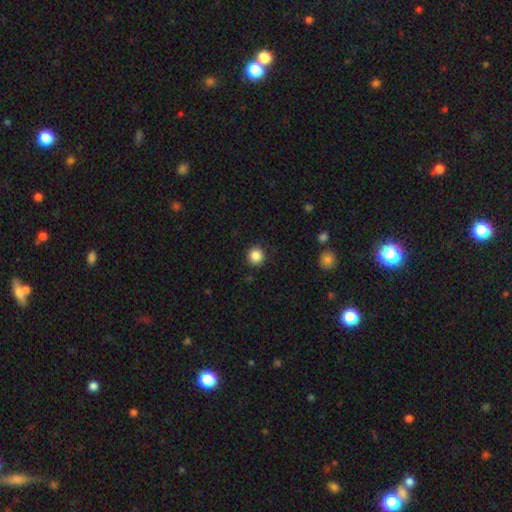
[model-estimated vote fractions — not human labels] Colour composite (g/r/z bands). It shows a smooth galaxy with no disk features (87%) that is round (94%). Merging: none (91%).